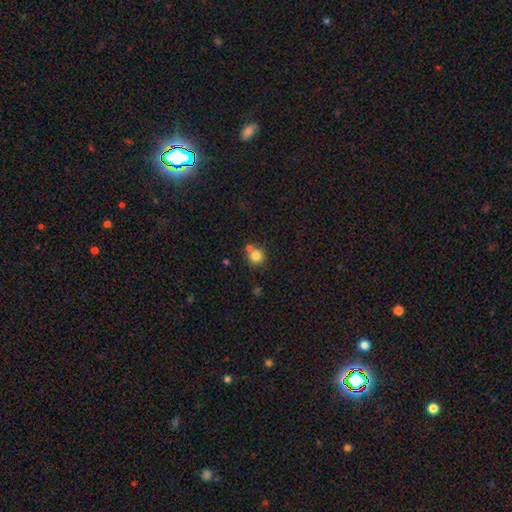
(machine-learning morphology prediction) This appears to be a smooth galaxy with no disk features (81%) that is round (91%). Merging: none (60%).